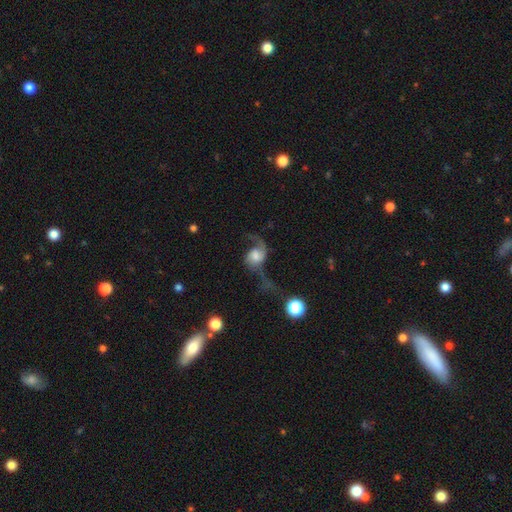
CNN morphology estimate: This is likely a featured or disk galaxy (72%). It is clearly not viewed edge-on (97%). Bar: likely no (62%). Spiral arm pattern: clearly yes (92%). Spiral arm count: clearly 2 (81%). Spiral winding: likely loose (79%). Central bulge: marginally moderate (34%). Merging: marginally major disturbance (38%).